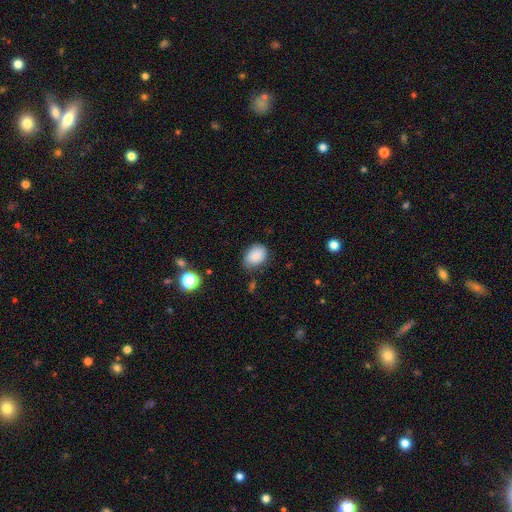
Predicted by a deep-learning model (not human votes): Smooth or featured? smooth (87%)
How rounded? in between (74%)
Merging? none (71%)